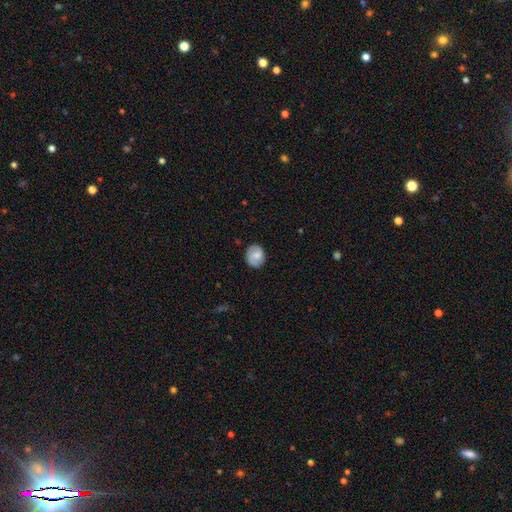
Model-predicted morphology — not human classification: type=smooth (71%); roundness=round (68%); merging=none (83%).